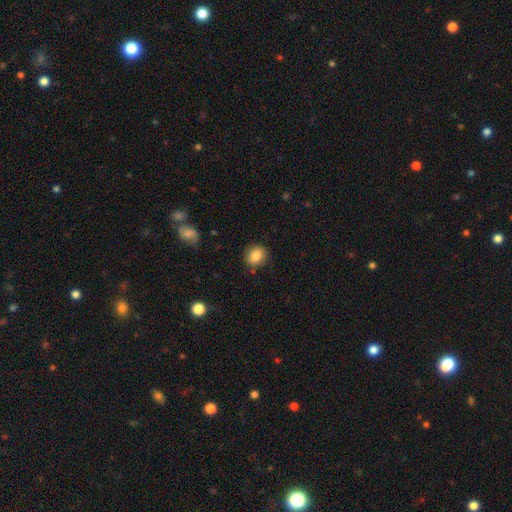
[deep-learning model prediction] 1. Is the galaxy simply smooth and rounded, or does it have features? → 84% smooth, 9% star or artifact, 8% featured or disk.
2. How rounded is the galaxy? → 60% round, 39% in between, 1% cigar-shaped.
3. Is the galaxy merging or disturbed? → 85% none, 11% minor disturbance, 3% major disturbance, 1% merger.